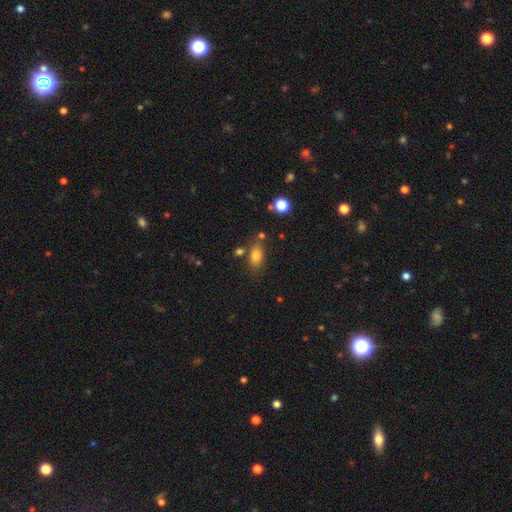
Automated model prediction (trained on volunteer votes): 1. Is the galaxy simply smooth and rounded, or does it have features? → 79% smooth, 11% star or artifact, 10% featured or disk.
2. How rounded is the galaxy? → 83% in between, 12% round, 4% cigar-shaped.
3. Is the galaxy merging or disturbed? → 71% none, 15% minor disturbance, 9% merger, 4% major disturbance.